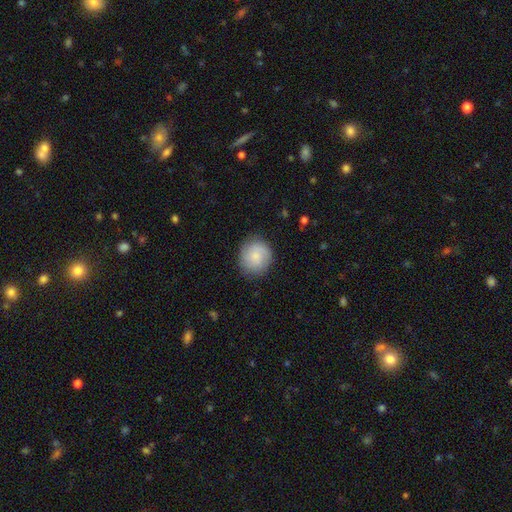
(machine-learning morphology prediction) The model was most divided on "smooth or featured": smooth: 72%, featured or disk: 21%, star or artifact: 7%. More confident: how rounded — round (87%); merging — none (84%).